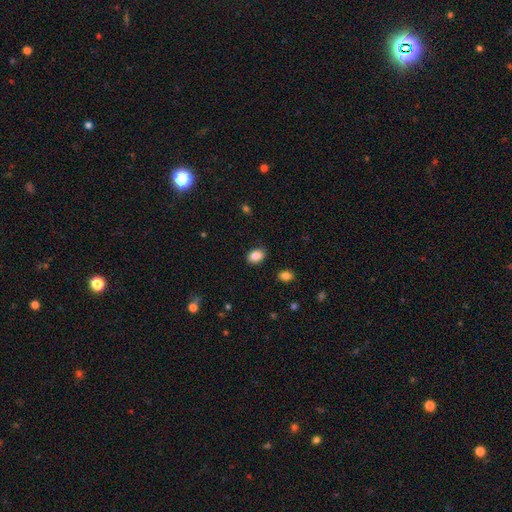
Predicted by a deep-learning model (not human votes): Smooth or featured? Predicted: smooth (p=0.87). How rounded? Predicted: in between (p=0.77). Merging? Predicted: none (p=0.87).